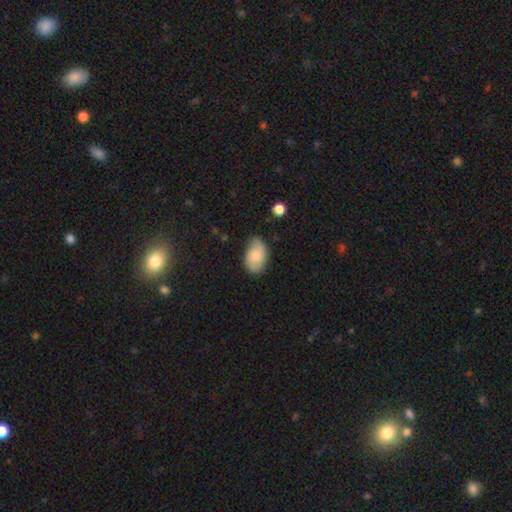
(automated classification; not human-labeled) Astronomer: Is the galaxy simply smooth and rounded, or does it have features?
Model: smooth — 70%.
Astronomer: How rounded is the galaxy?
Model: in between — 91%.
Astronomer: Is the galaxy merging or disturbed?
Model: none — 59%.